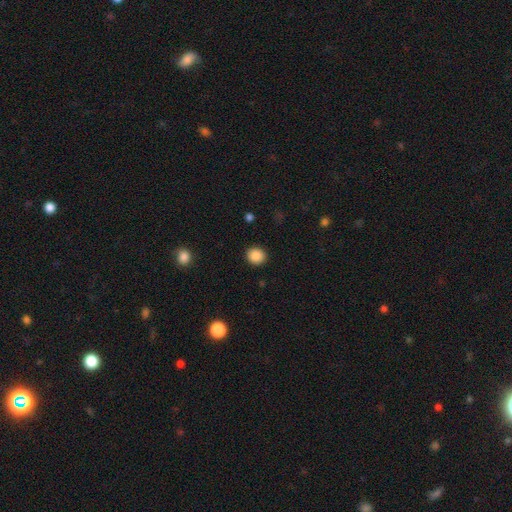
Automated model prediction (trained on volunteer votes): Overall: smooth (88%). How rounded: round (85%). Merging: none (92%).